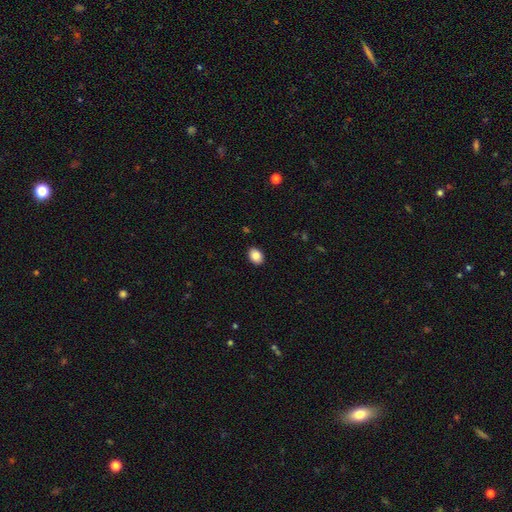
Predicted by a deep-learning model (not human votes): Q: Smooth or featured?
A: smooth (88%); runner-up: star or artifact (8%)
Q: How rounded?
A: in between (70%); runner-up: round (29%)
Q: Merging?
A: none (89%); runner-up: minor disturbance (8%)